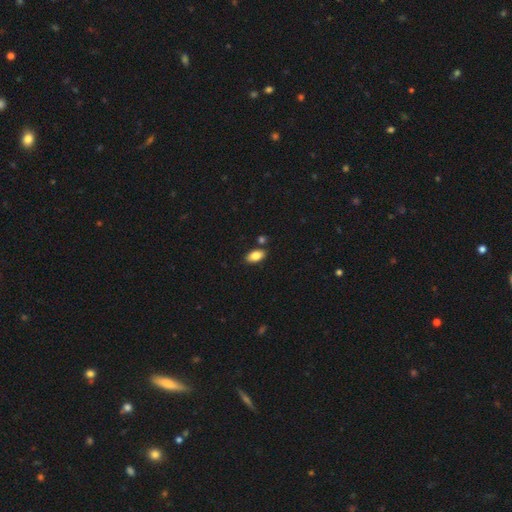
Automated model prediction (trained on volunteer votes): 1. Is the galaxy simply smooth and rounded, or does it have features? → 84% smooth, 9% featured or disk, 7% star or artifact.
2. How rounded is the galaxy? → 93% in between, 4% round, 4% cigar-shaped.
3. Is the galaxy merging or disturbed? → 82% none, 10% minor disturbance, 6% merger, 2% major disturbance.